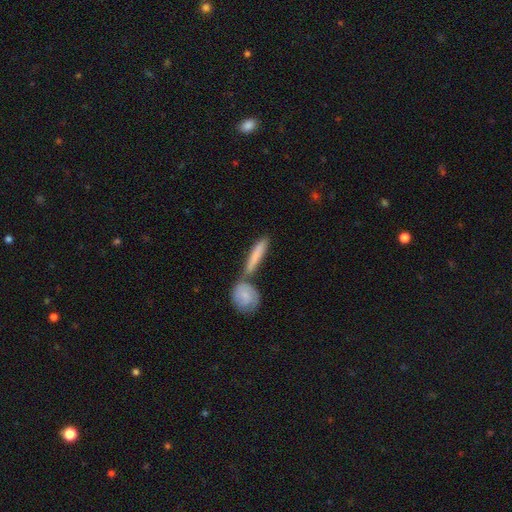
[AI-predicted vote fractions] This appears to be a smooth galaxy with no disk features (69%) that is cigar-shaped (81%). Merging: none (53%).